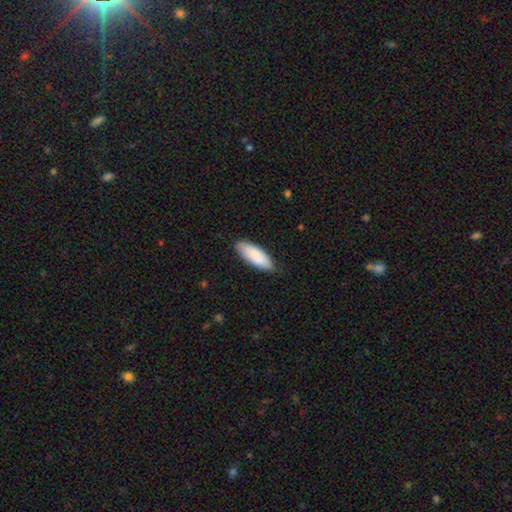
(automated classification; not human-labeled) Smooth or featured? smooth (88%)
How rounded? in between (71%)
Merging? none (82%)